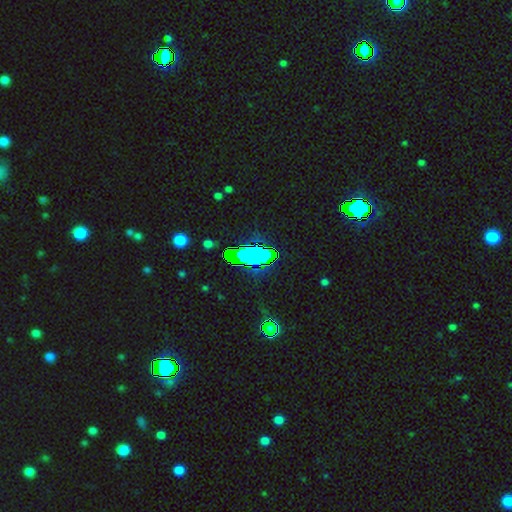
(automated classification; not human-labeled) star or artifact 61%, smooth 26%, featured or disk 12%.